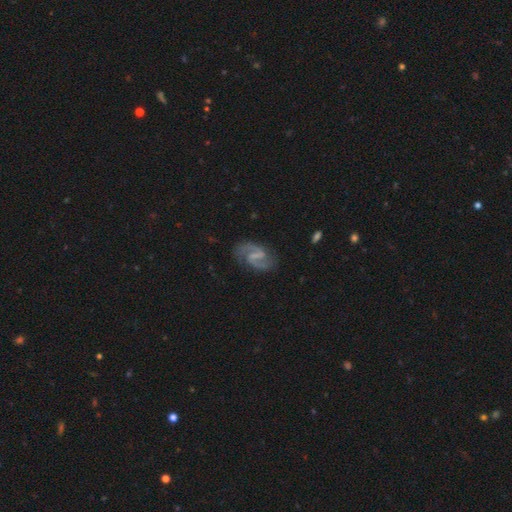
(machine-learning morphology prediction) The model was most divided on "bar": weak: 52%, strong: 30%, no: 18%. More confident: edge-on disk — no (98%); spiral arms — yes (97%); spiral arm count — 2 (93%); smooth or featured — featured or disk (90%); merging — none (79%); spiral winding — medium (57%); bulge size — none (57%).